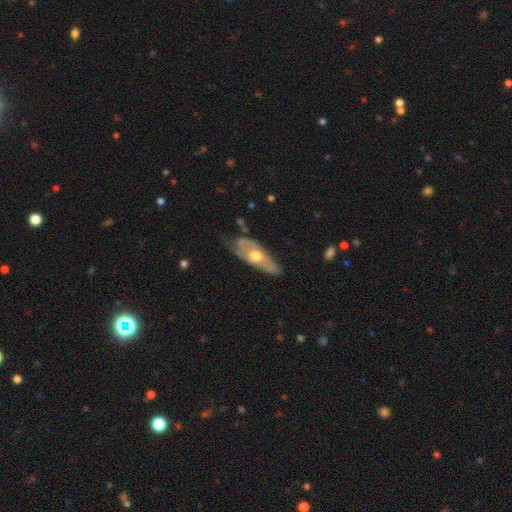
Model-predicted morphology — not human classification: Smooth or featured? Predicted: featured or disk (p=0.62). Edge-on disk? Predicted: no (p=0.68). Merging? Predicted: none (p=0.65).